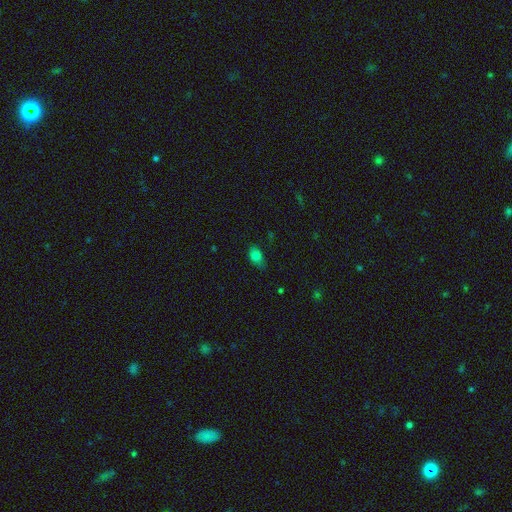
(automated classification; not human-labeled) The model was most divided on "merging": none: 68%, minor disturbance: 25%, major disturbance: 5%, merger: 1%. More confident: how rounded — in between (83%); smooth or featured — smooth (79%).